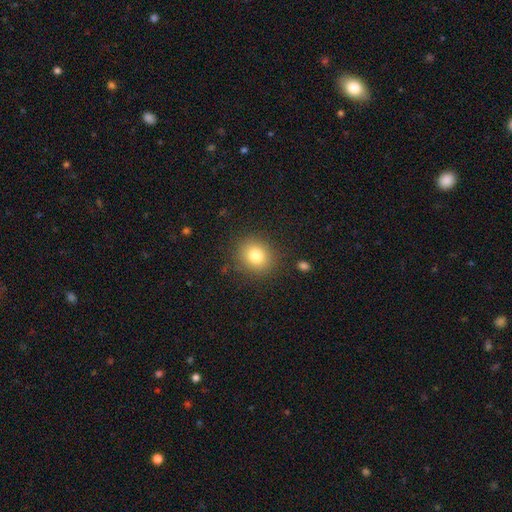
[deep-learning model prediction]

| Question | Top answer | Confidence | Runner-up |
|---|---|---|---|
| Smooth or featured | smooth | 80% | star or artifact (11%) |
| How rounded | round | 75% | in between (24%) |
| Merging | none | 87% | minor disturbance (9%) |